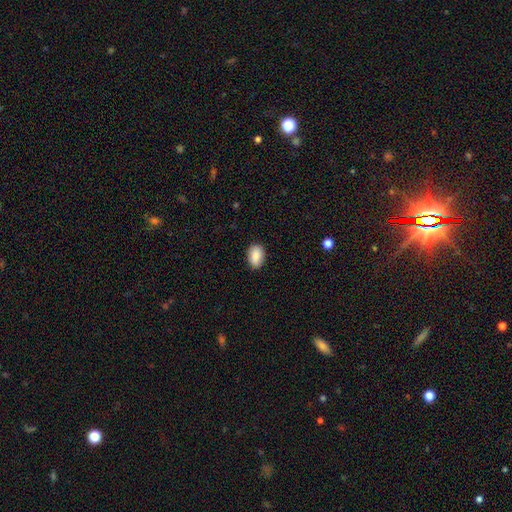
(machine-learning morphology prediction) Smooth or featured?
  - smooth: 88% *
  - star or artifact: 7%
  - featured or disk: 5%
How rounded?
  - in between: 87% *
  - round: 12%
  - cigar-shaped: 1%
Merging?
  - none: 88% *
  - minor disturbance: 9%
  - major disturbance: 2%
  - merger: 1%